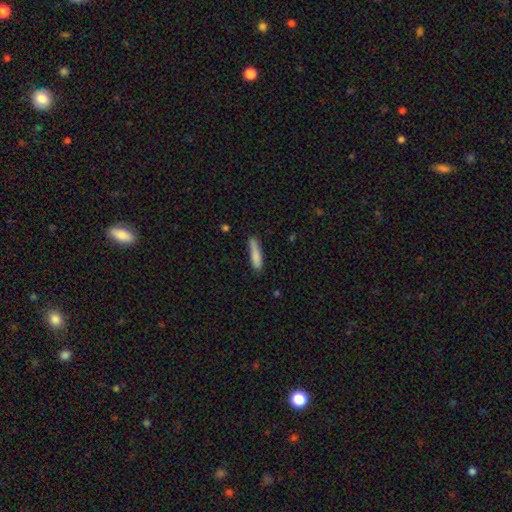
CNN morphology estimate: Smooth or featured: smooth — 82% (featured or disk — 11%)
How rounded: cigar-shaped — 83% (in between — 16%)
Merging: none — 72% (minor disturbance — 20%)